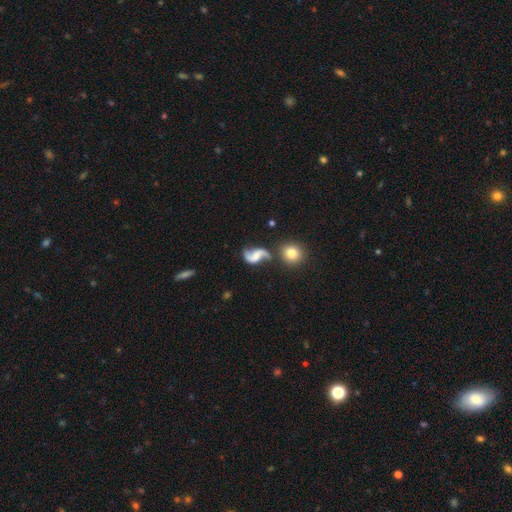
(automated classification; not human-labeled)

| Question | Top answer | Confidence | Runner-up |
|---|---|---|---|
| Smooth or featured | featured or disk | 84% | smooth (10%) |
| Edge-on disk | no | 98% | yes (2%) |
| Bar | no | 46% | weak (40%) |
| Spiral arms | yes | 96% | no (4%) |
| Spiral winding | loose | 77% | medium (19%) |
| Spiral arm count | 2 | 93% | 1 (2%) |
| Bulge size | none | 39% | small (28%) |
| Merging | none | 64% | minor disturbance (17%) |